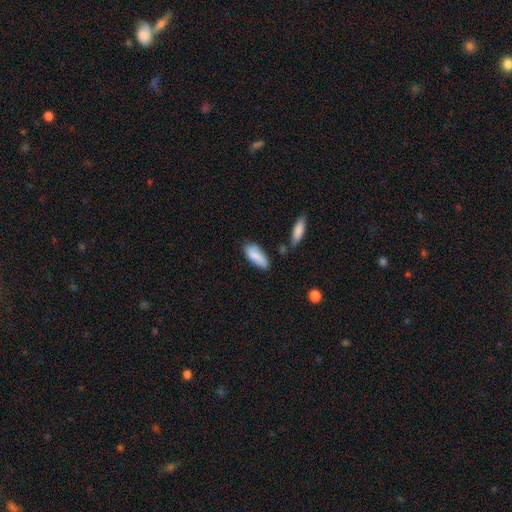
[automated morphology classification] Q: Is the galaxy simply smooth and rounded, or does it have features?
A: smooth — 83%.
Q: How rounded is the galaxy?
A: in between — 78%.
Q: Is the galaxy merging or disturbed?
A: none — 67%.